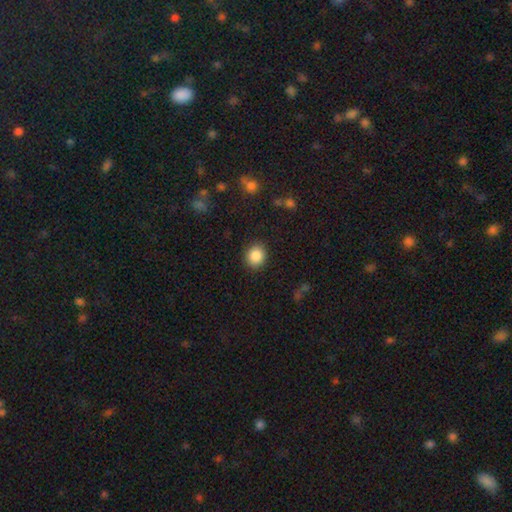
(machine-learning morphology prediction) smooth-or-featured: smooth: 87% | star or artifact: 9% | featured or disk: 4%
  how-rounded: round: 79% | in between: 20% | cigar-shaped: 1%
  merging: none: 89% | minor disturbance: 7% | major disturbance: 2% | merger: 1%